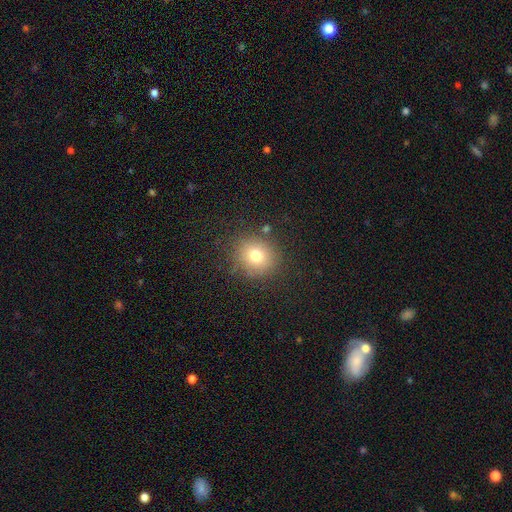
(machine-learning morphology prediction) smooth 75%, star or artifact 15%, featured or disk 11%. Down the decision tree: how rounded — round (83%); merging — none (82%).